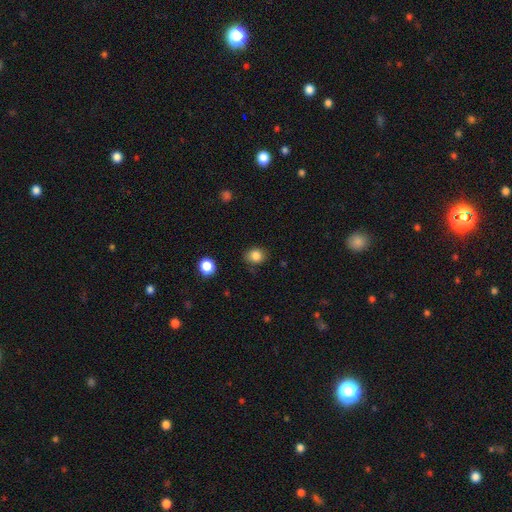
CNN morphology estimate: A smooth galaxy with no disk features (84%) that is round (71%).

Vote fractions:
- Smooth or featured? smooth: 84% / star or artifact: 11% / featured or disk: 5%
- How rounded? round: 71% / in between: 28% / cigar-shaped: 1%
- Merging? none: 77% / minor disturbance: 17% / major disturbance: 4% / merger: 2%